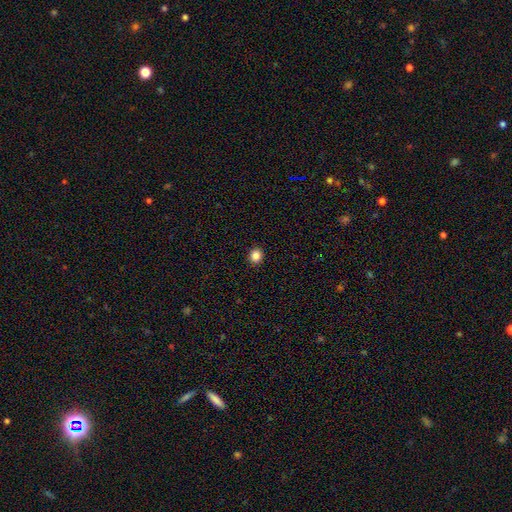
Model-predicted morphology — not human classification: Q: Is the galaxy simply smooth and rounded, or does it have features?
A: smooth — 85%.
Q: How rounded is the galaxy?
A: round — 82%.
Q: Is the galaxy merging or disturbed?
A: none — 93%.